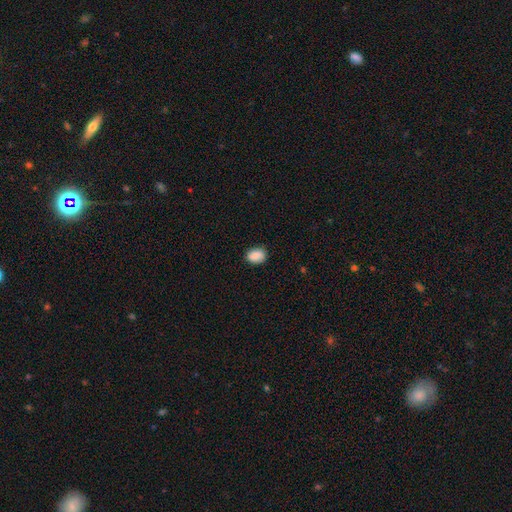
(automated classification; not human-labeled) smooth-or-featured: smooth: 88% | star or artifact: 8% | featured or disk: 4%
  how-rounded: in between: 72% | round: 27% | cigar-shaped: 1%
  merging: none: 84% | minor disturbance: 13% | major disturbance: 2% | merger: 1%